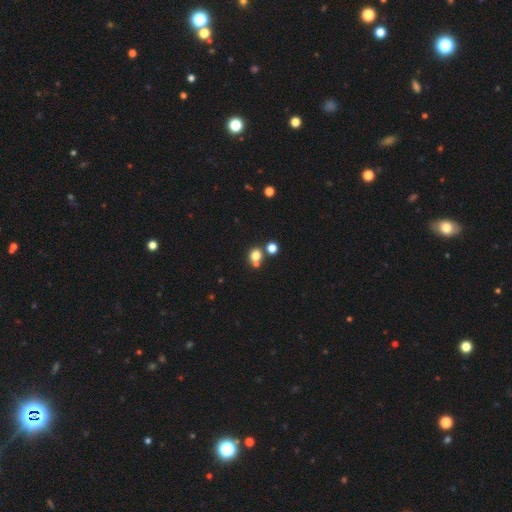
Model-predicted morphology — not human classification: Overall: smooth (76%). How rounded: round (82%). Merging: none (59%; merger 30%).